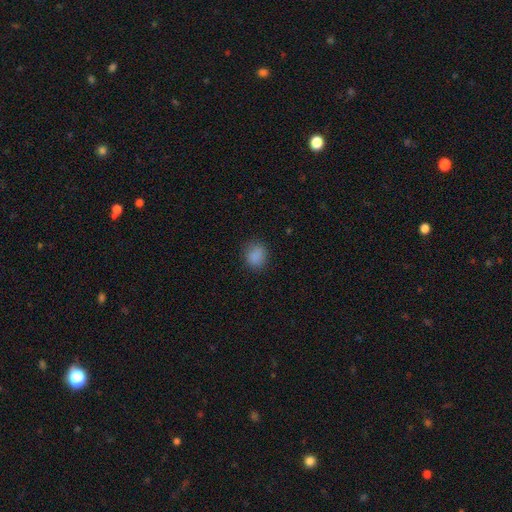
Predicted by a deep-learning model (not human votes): smooth-or-featured: smooth: 85% | star or artifact: 11% | featured or disk: 4%
  how-rounded: round: 63% | in between: 36% | cigar-shaped: 1%
  merging: none: 81% | minor disturbance: 14% | major disturbance: 4% | merger: 1%